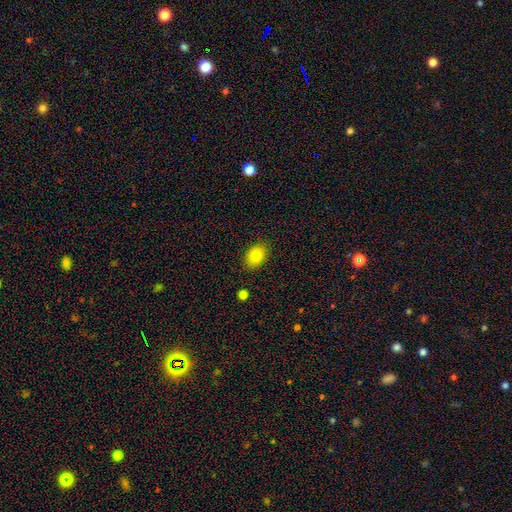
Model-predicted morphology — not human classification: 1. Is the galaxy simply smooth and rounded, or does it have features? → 84% smooth, 9% star or artifact, 8% featured or disk.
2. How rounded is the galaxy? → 80% in between, 19% round, 1% cigar-shaped.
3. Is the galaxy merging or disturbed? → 87% none, 10% minor disturbance, 2% major disturbance, 1% merger.